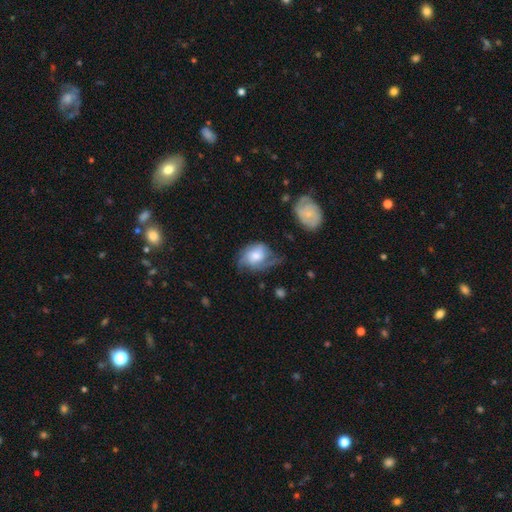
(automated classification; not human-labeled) A featured or disk galaxy (47%). Merging: none (36%).